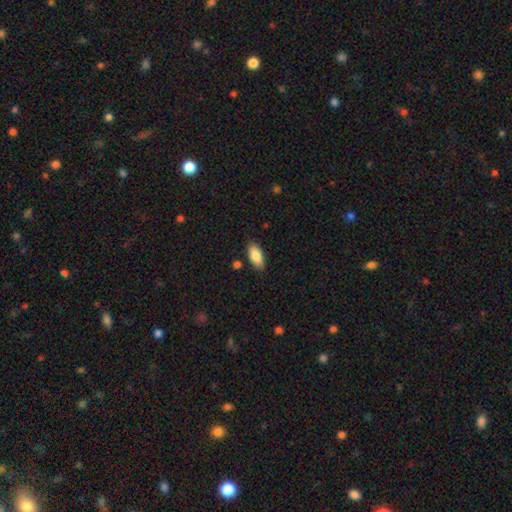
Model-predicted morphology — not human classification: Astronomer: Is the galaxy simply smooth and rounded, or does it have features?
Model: smooth — 86%.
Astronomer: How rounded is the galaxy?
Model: in between — 89%.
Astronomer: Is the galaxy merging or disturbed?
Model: none — 86%.